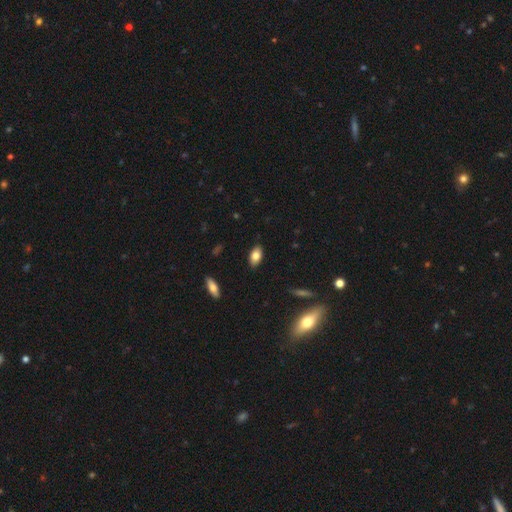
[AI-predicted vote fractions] A smooth galaxy with no disk features (79%) that is in between round and cigar-shaped (91%).

Vote fractions:
- Smooth or featured? smooth: 79% / featured or disk: 13% / star or artifact: 7%
- How rounded? in between: 91% / round: 4% / cigar-shaped: 4%
- Merging? none: 87% / minor disturbance: 10% / major disturbance: 2% / merger: 1%